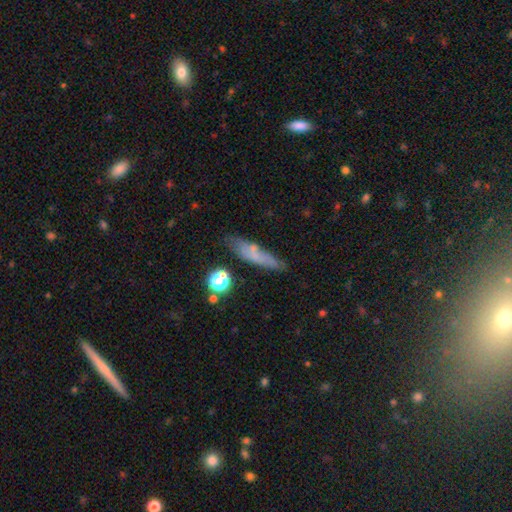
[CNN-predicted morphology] smooth-or-featured: smooth: 61% | featured or disk: 27% | star or artifact: 12%
  how-rounded: cigar-shaped: 78% | in between: 18% | round: 4%
  merging: none: 70% | minor disturbance: 19% | major disturbance: 6% | merger: 5%